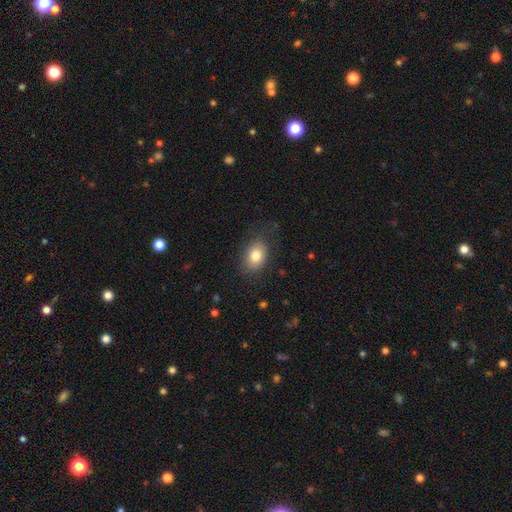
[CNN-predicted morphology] A smooth galaxy with no disk features (81%) that is in between round and cigar-shaped (76%). Merging: none (77%).